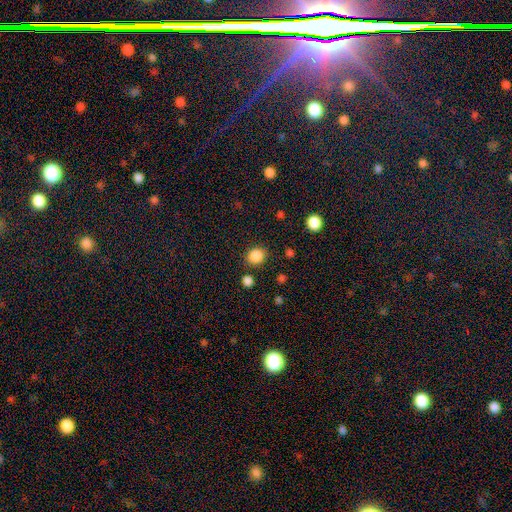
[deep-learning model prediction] This appears to be a smooth galaxy with no disk features (86%) that is round (75%). Merging: none (84%).